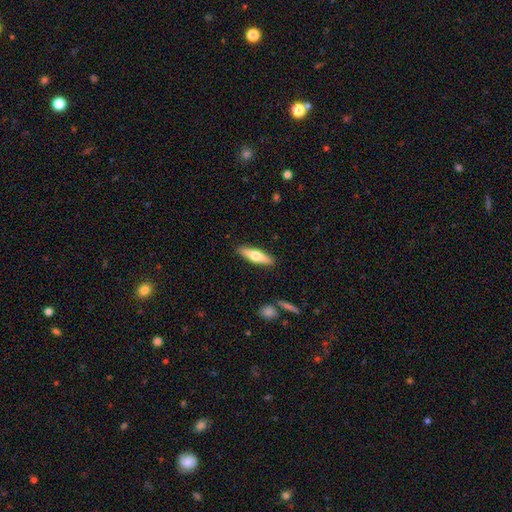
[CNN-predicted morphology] Smooth or featured: smooth — 57% (featured or disk — 37%)
How rounded: cigar-shaped — 65% (in between — 33%)
Merging: none — 89% (minor disturbance — 8%)